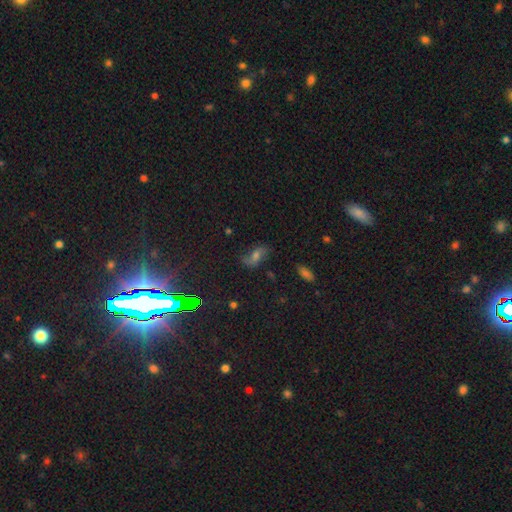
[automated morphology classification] smooth_or_featured: featured or disk (p=0.38) [alt: smooth p=0.34]
merging: none (p=0.65) [alt: minor disturbance p=0.21]